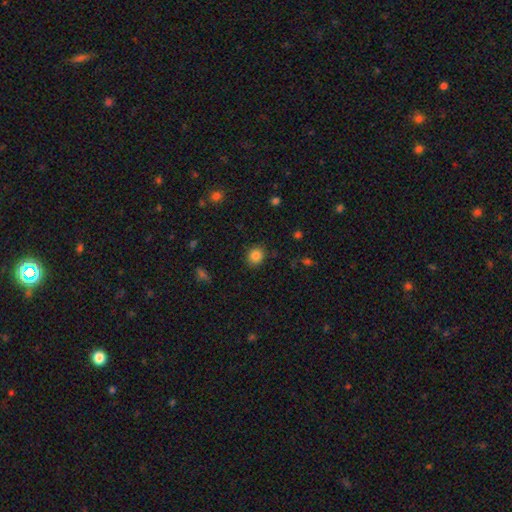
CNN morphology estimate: smooth 84%, star or artifact 11%, featured or disk 5%. Down the decision tree: how rounded — round (73%); merging — none (87%).